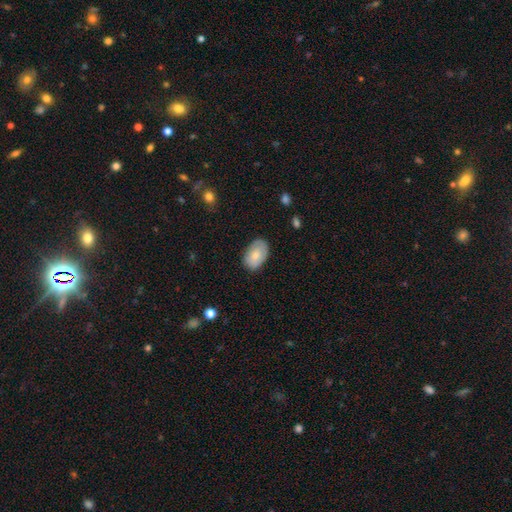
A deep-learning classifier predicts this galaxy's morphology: type=smooth (70%); roundness=in between (90%); merging=none (78%).